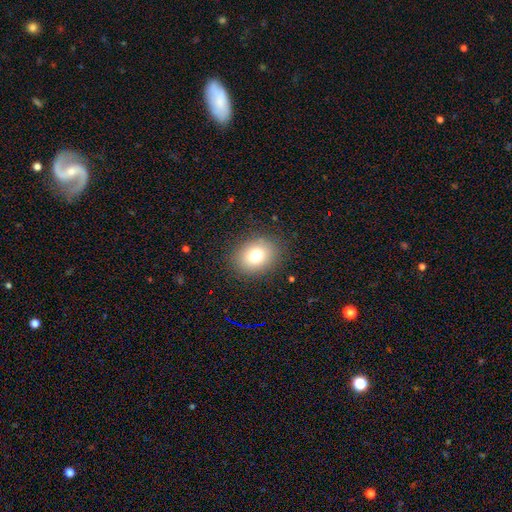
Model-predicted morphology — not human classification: A smooth galaxy with no disk features (76%) that is round (50%).

Vote fractions:
- Smooth or featured? smooth: 76% / star or artifact: 13% / featured or disk: 11%
- How rounded? round: 50% / in between: 49% / cigar-shaped: 1%
- Merging? none: 87% / minor disturbance: 9% / major disturbance: 4% / merger: 1%